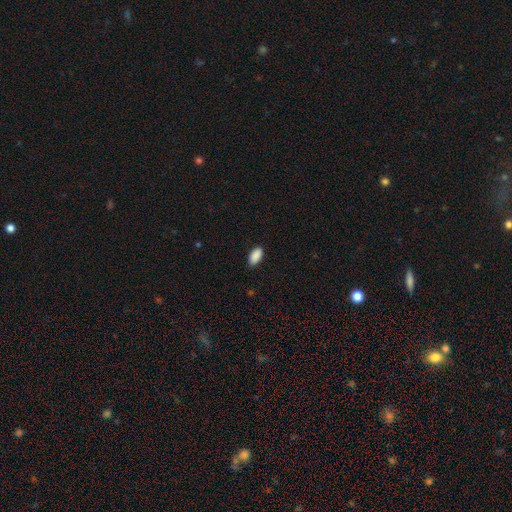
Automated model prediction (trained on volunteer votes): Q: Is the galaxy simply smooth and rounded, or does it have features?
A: smooth — 90%.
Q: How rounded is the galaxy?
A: in between — 94%.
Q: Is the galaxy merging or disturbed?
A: none — 85%.